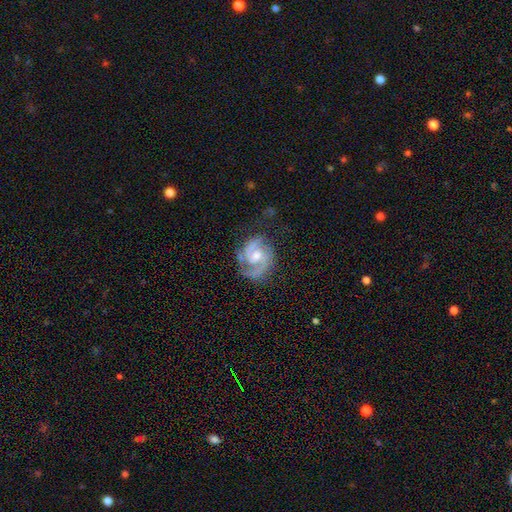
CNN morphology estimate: Overall: featured or disk (90%). Edge-on disk: no (98%). Bar: no (49%; weak 43%). Spiral arms: yes (98%). Spiral arm count: 2 (85%). Spiral winding: medium (52%; tight 37%). Bulge size: moderate (60%; small 32%). Merging: none (70%).